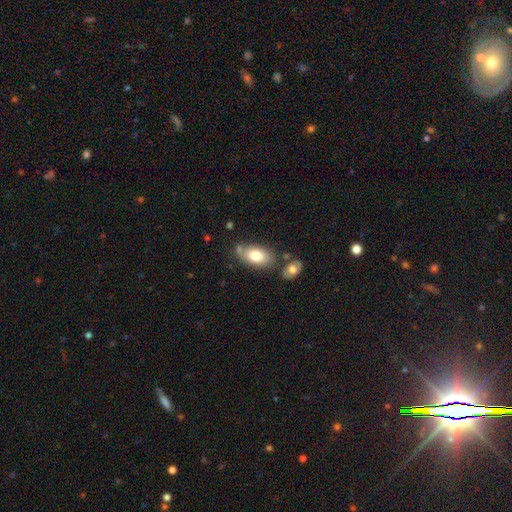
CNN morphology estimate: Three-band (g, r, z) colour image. It shows a smooth galaxy with no disk features (77%) that is in between round and cigar-shaped (91%). Merging: none (64%).